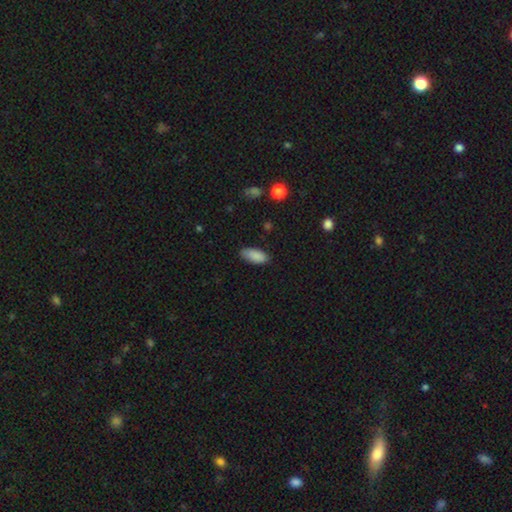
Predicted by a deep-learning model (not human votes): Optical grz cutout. It shows a smooth galaxy with no disk features (89%) that is in between round and cigar-shaped (89%). Merging: none (82%).